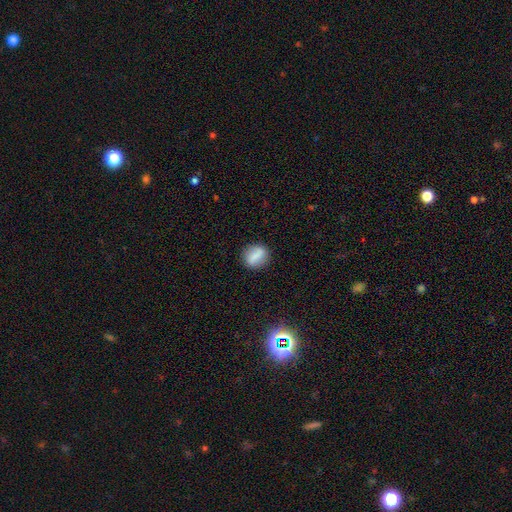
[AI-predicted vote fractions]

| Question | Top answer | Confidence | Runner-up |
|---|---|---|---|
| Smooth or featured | smooth | 72% | featured or disk (20%) |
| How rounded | round | 52% | in between (41%) |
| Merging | none | 86% | minor disturbance (10%) |